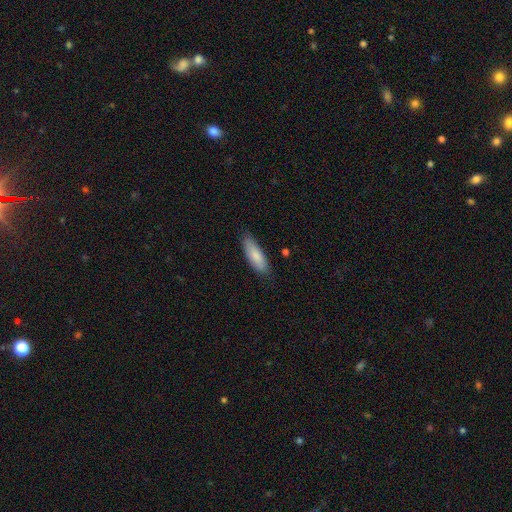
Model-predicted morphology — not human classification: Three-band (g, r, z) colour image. It shows a smooth galaxy with no disk features (83%) that is in between round and cigar-shaped (54%). Merging: none (80%).